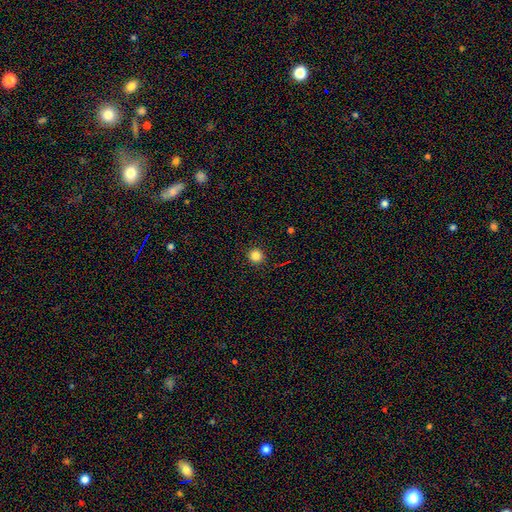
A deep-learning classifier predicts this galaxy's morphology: Smooth or featured? smooth (84%)
How rounded? round (95%)
Merging? none (93%)